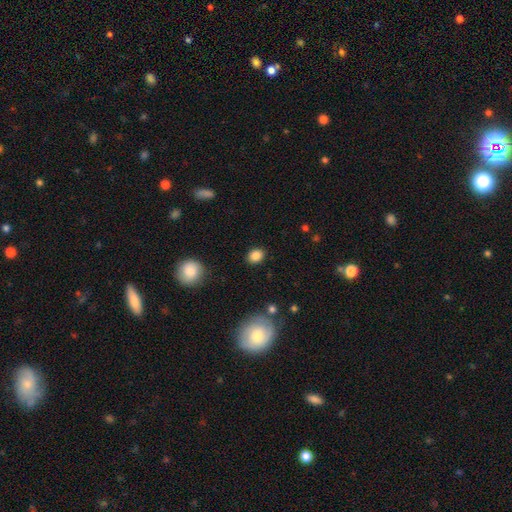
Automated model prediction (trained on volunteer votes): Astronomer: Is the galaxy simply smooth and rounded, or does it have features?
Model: smooth — 86%.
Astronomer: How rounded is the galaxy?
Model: in between — 53% (runner-up: round, 45%).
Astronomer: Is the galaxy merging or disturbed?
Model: none — 88%.